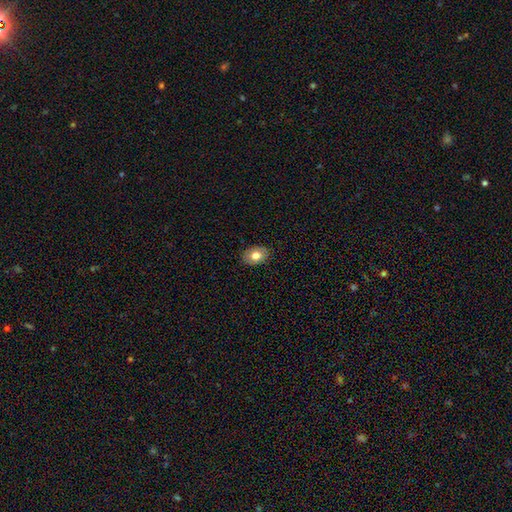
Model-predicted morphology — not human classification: smooth_or_featured: smooth (p=0.75) [alt: featured or disk p=0.17]
how_rounded: in between (p=0.77) [alt: round p=0.22]
merging: none (p=0.88) [alt: minor disturbance p=0.09]